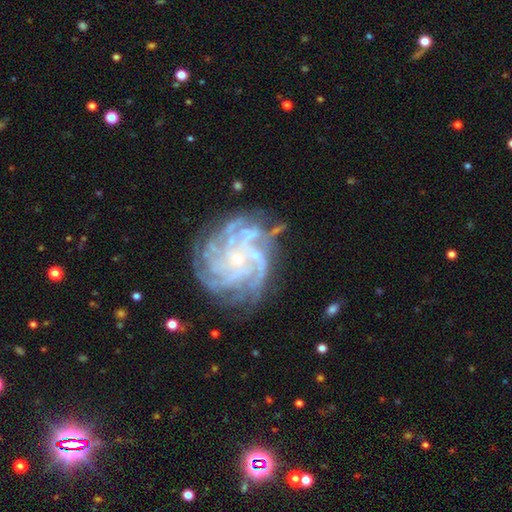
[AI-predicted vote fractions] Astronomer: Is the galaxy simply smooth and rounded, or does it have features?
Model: featured or disk — 87%.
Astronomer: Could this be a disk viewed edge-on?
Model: no — 98%.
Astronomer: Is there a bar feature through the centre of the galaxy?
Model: no — 75%.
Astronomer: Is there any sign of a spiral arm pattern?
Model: yes — 96%.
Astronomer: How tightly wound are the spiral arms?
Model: tight — 63%.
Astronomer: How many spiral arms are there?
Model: more than 4 — 32% (runner-up: 4, 27%).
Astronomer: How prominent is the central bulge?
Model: small — 79%.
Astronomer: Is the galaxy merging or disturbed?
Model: none — 68%.